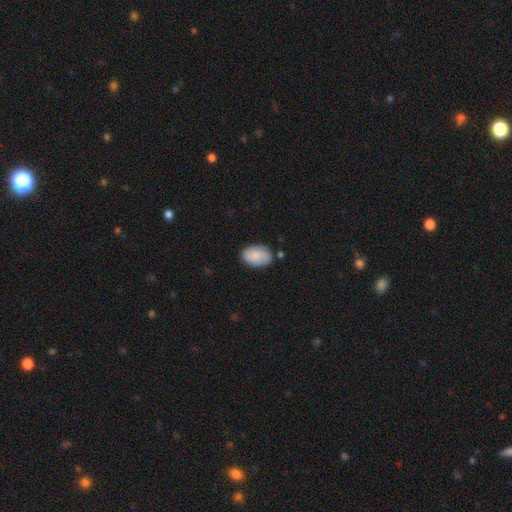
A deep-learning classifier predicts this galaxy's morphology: This is clearly a smooth galaxy (84%). How rounded: clearly in between (90%). Merging: likely none (79%).